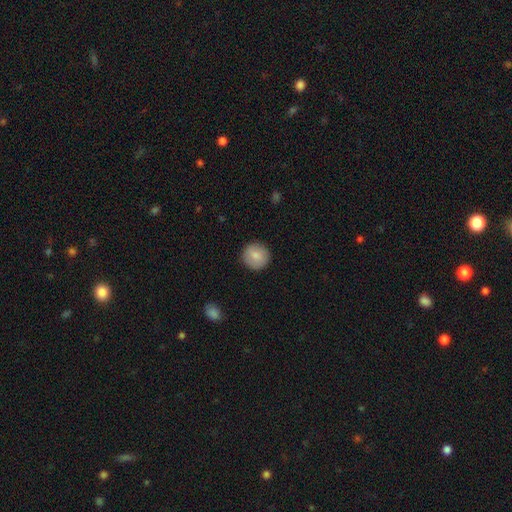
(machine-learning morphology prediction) type=smooth (84%); roundness=round (93%); merging=none (91%).